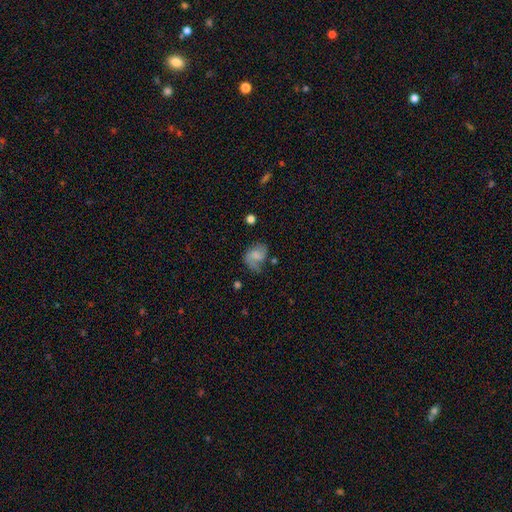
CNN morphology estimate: type=featured or disk (46%); merging=none (43%).